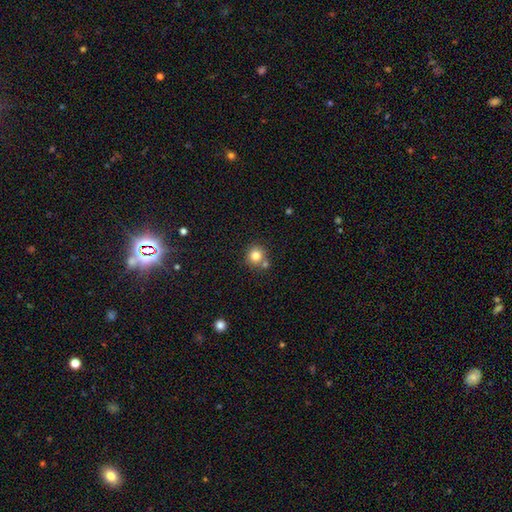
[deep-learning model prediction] The model was most divided on "merging": none: 68%, merger: 21%, minor disturbance: 9%, major disturbance: 3%. More confident: how rounded — round (91%); smooth or featured — smooth (80%).